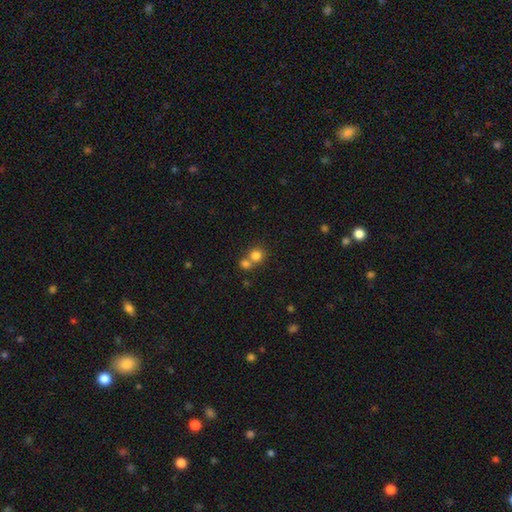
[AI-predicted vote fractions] Q: Smooth or featured?
A: smooth (79%); runner-up: star or artifact (12%)
Q: How rounded?
A: round (86%); runner-up: in between (13%)
Q: Merging?
A: none (46%); tied with: merger (46%)